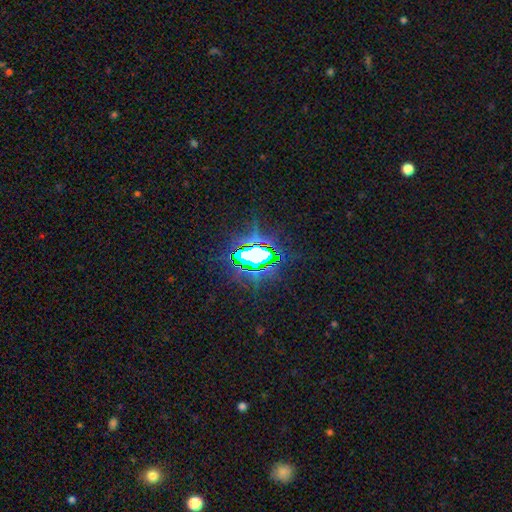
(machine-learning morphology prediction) Smooth or featured? star or artifact (78%)